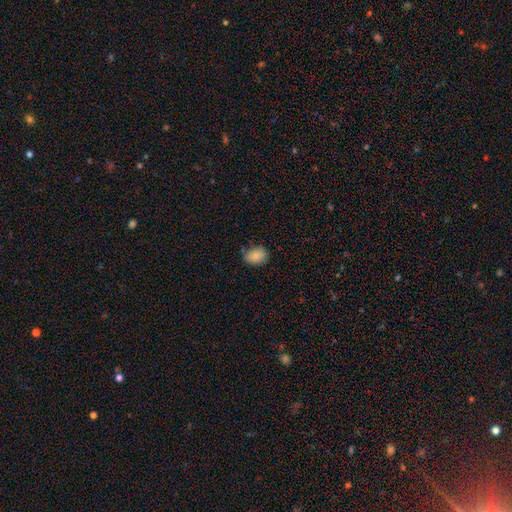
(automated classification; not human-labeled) Overall: smooth (86%). How rounded: in between (65%; round 34%). Merging: none (77%).